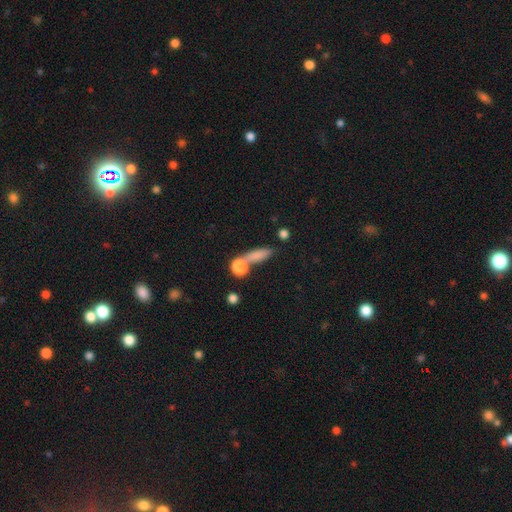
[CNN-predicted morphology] Smooth or featured?
  - smooth: 77% *
  - featured or disk: 12%
  - star or artifact: 11%
How rounded?
  - cigar-shaped: 48% *
  - in between: 39%
  - round: 13%
Merging?
  - none: 59% *
  - merger: 21%
  - minor disturbance: 14%
  - major disturbance: 6%